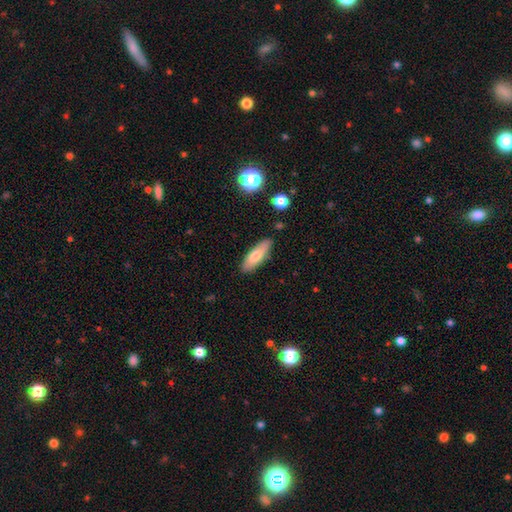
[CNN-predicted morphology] smooth-or-featured: smooth: 74% | featured or disk: 19% | star or artifact: 7%
  how-rounded: in between: 55% | cigar-shaped: 43% | round: 2%
  merging: none: 84% | minor disturbance: 12% | major disturbance: 2% | merger: 2%